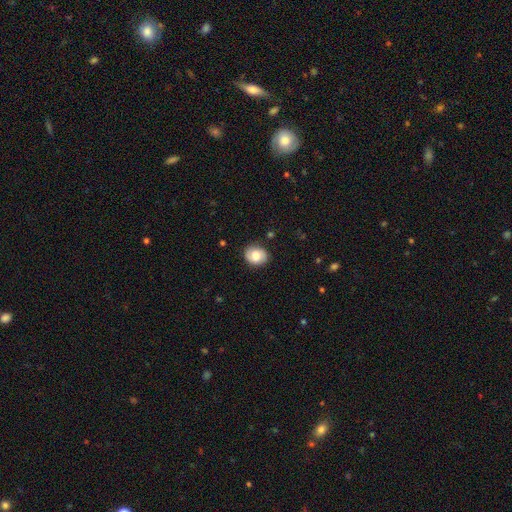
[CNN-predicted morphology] The model was most divided on "how rounded": round: 58%, in between: 41%, cigar-shaped: 1%. More confident: merging — none (84%); smooth or featured — smooth (73%).